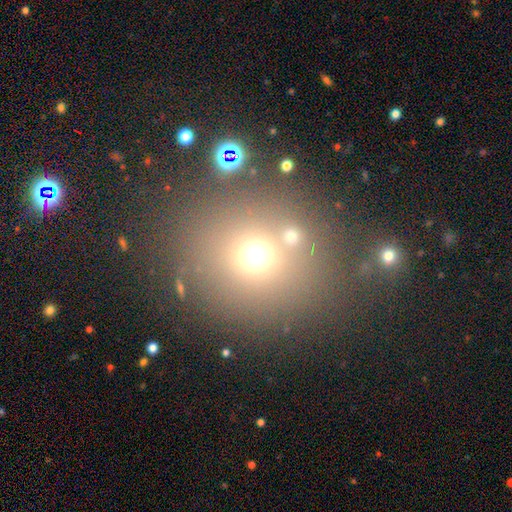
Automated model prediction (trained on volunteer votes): A smooth galaxy with no disk features (61%) that is round (82%). Merging: none (75%).